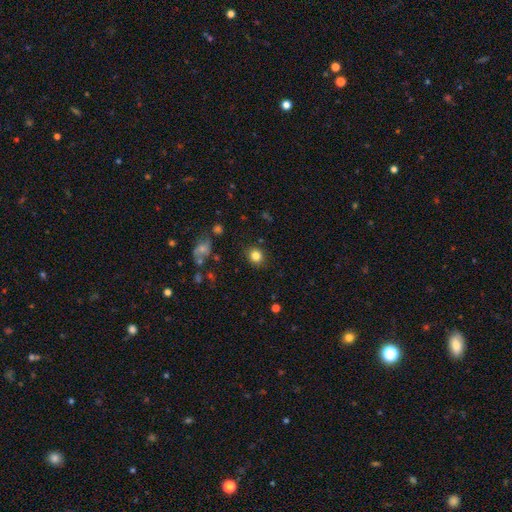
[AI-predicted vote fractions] Smooth or featured? Predicted: smooth (p=0.83). How rounded? Predicted: round (p=0.80). Merging? Predicted: none (p=0.87).